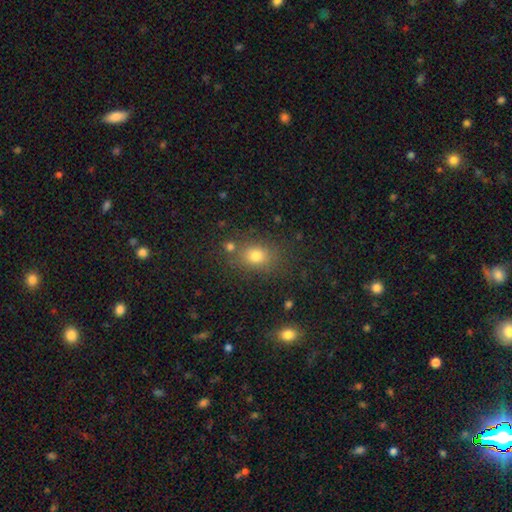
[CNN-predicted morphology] Q: Smooth or featured?
A: smooth (77%); runner-up: star or artifact (15%)
Q: How rounded?
A: in between (53%); runner-up: round (45%)
Q: Merging?
A: none (75%); runner-up: minor disturbance (13%)